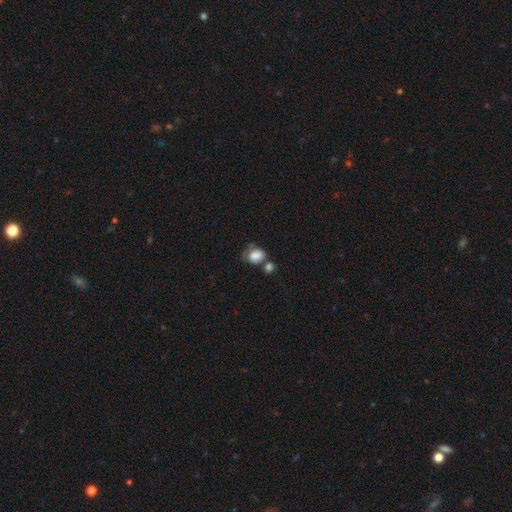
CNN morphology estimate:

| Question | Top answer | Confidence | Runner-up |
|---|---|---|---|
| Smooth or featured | smooth | 81% | featured or disk (10%) |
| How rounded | in between | 59% | round (40%) |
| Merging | none | 34% | merger (30%) |